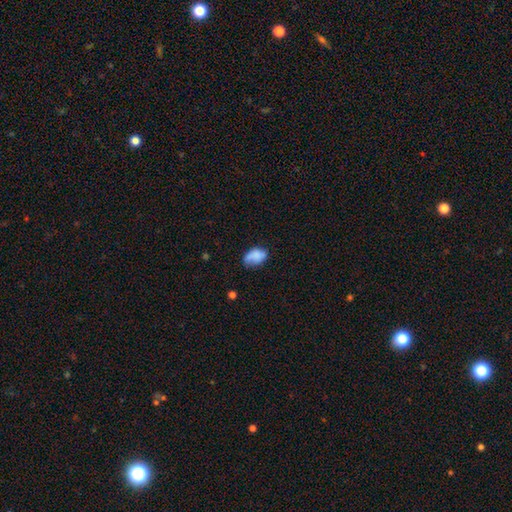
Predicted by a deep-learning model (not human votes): A smooth galaxy with no disk features (75%) that is in between round and cigar-shaped (85%).

Vote fractions:
- Smooth or featured? smooth: 75% / featured or disk: 16% / star or artifact: 9%
- How rounded? in between: 85% / round: 13% / cigar-shaped: 1%
- Merging? none: 51% / minor disturbance: 32% / major disturbance: 12% / merger: 5%